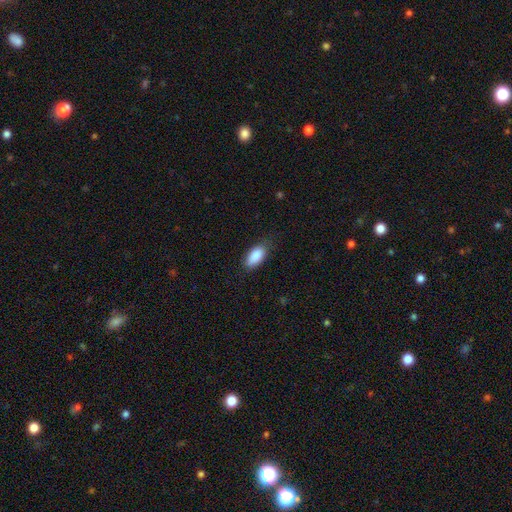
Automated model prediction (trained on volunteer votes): A smooth galaxy with no disk features (88%) that is in between round and cigar-shaped (91%). Merging: none (78%).